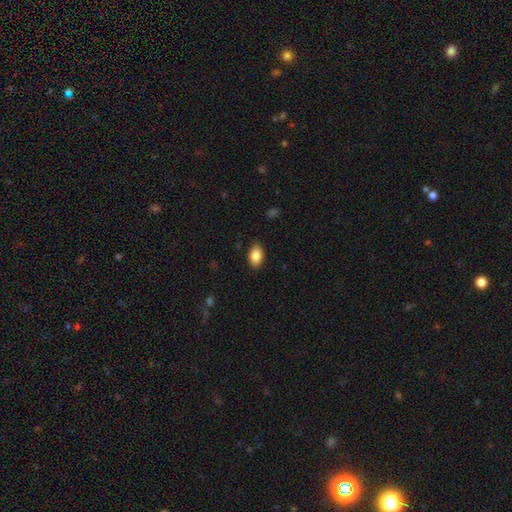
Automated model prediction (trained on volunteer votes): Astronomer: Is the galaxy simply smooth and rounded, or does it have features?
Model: smooth — 86%.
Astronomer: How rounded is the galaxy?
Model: in between — 91%.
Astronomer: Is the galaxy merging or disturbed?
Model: none — 88%.